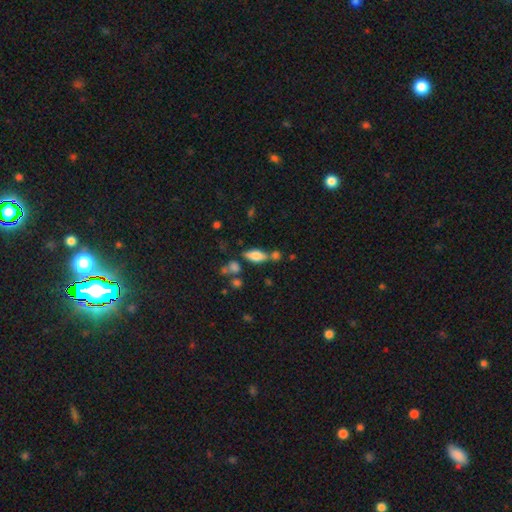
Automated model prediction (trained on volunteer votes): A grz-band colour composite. It shows a smooth galaxy with no disk features (70%) that is in between round and cigar-shaped (76%). Merging: none (61%).